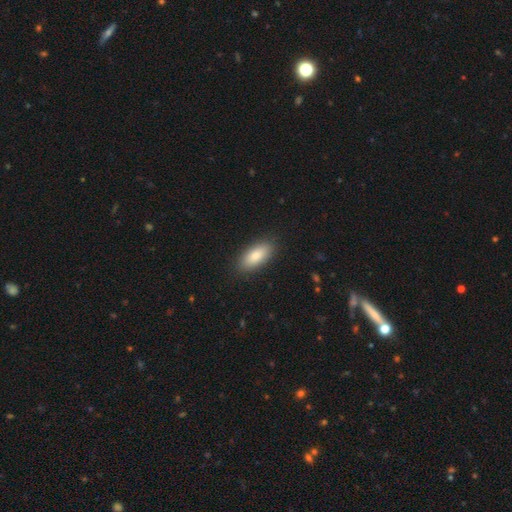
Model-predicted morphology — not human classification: Smooth or featured? Predicted: smooth (p=0.84). How rounded? Predicted: in between (p=0.85). Merging? Predicted: none (p=0.88).